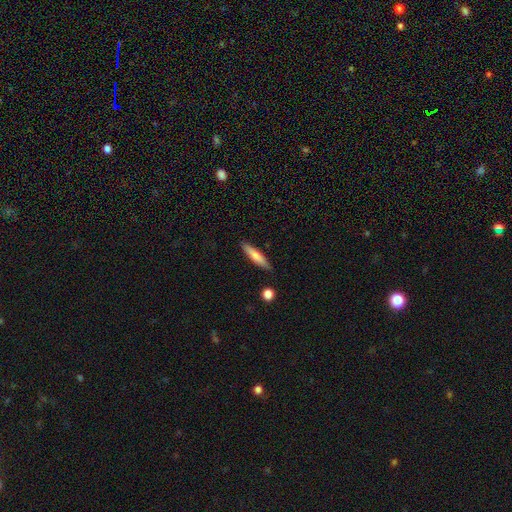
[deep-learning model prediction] Q: Smooth or featured?
A: smooth (72%); runner-up: featured or disk (22%)
Q: How rounded?
A: cigar-shaped (86%); runner-up: in between (13%)
Q: Merging?
A: none (86%); runner-up: minor disturbance (10%)